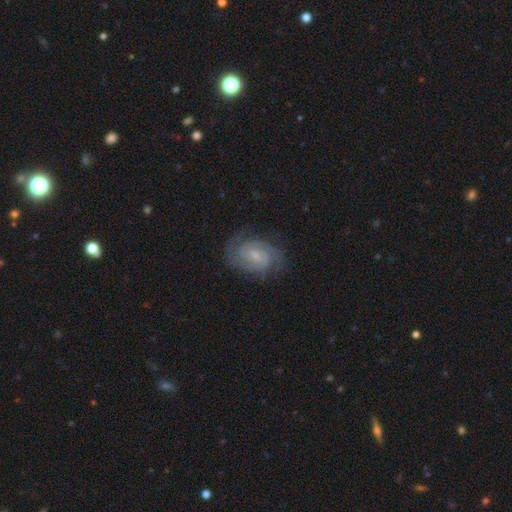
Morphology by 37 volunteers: A featured or disk galaxy (84%) with a weak bar (60%), 2 (83%) tight (66%) spiral arms (97%) and a small central bulge (43%). Merging: none (65%).